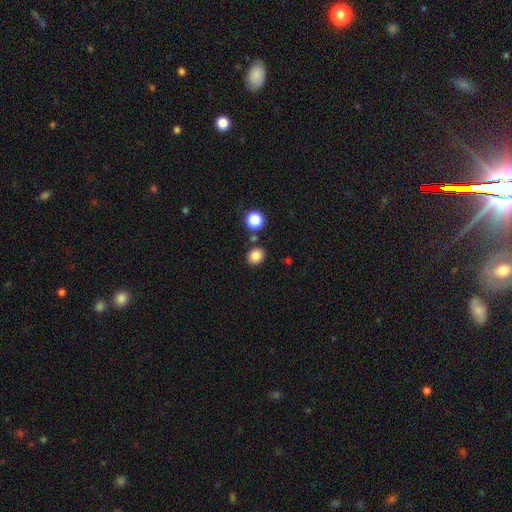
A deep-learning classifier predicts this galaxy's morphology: Q: Smooth or featured?
A: smooth (84%); runner-up: star or artifact (11%)
Q: How rounded?
A: round (64%); runner-up: in between (35%)
Q: Merging?
A: none (81%); runner-up: minor disturbance (9%)